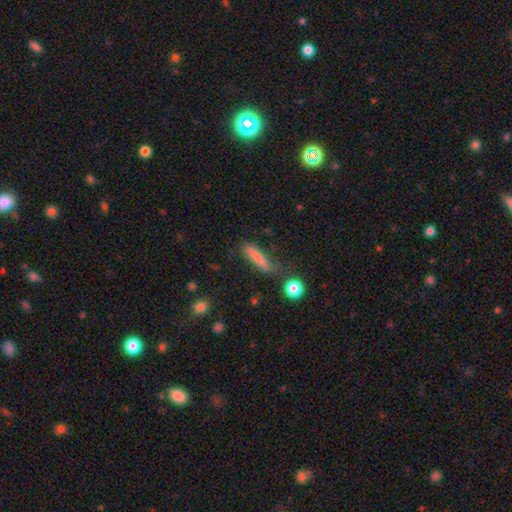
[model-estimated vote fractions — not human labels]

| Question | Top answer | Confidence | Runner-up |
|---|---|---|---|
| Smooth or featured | smooth | 72% | featured or disk (17%) |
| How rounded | cigar-shaped | 82% | in between (14%) |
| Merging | none | 64% | minor disturbance (23%) |